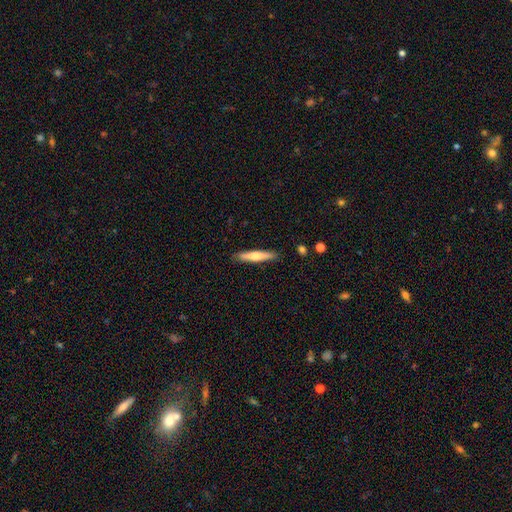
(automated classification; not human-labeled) A smooth galaxy with no disk features (53%) that is cigar-shaped (89%). Merging: none (89%).